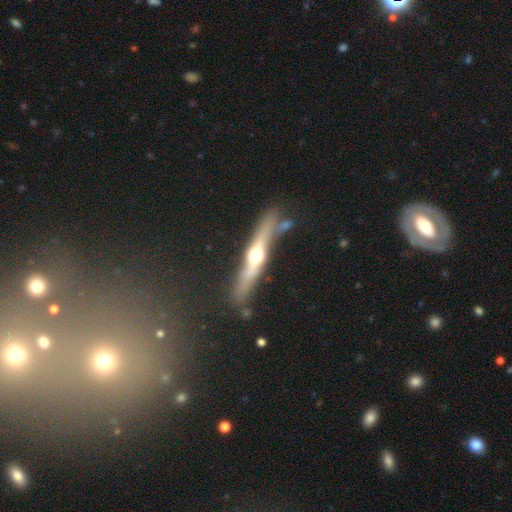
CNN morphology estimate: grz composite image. It shows a featured or disk galaxy (68%) viewed edge-on (89%) with a rounded central bulge (92%). Merging: none (68%).